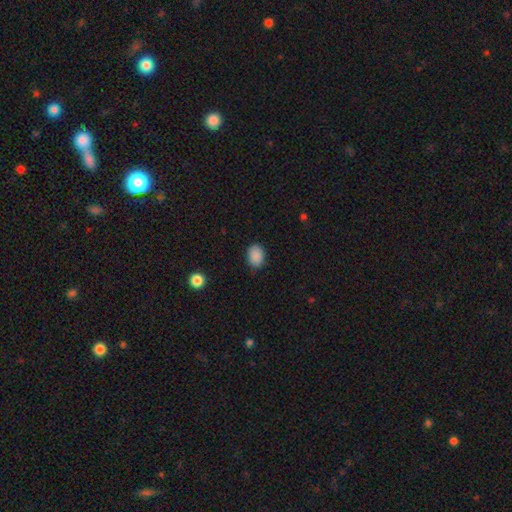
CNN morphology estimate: Smooth or featured? smooth (89%)
How rounded? in between (68%)
Merging? none (85%)